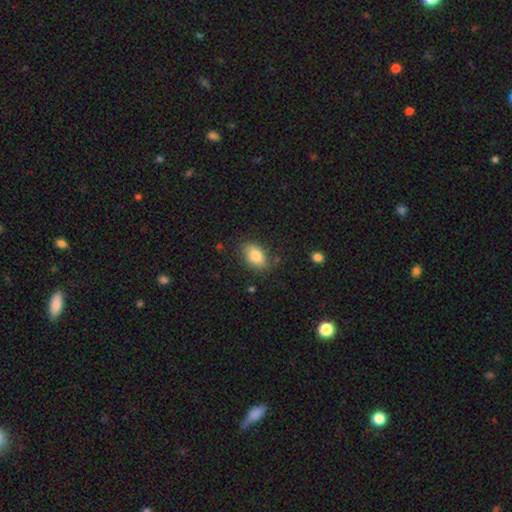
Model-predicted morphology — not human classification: smooth 81%, featured or disk 11%, star or artifact 8%. Down the decision tree: how rounded — in between (88%); merging — none (78%).